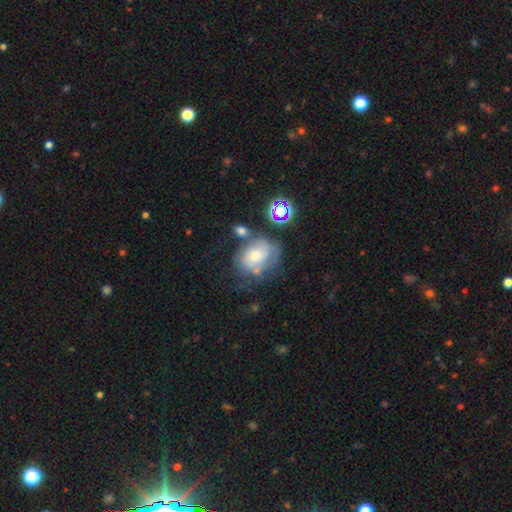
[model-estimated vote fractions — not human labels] This is possibly a featured or disk galaxy (45%). Merging: marginally none (43%).